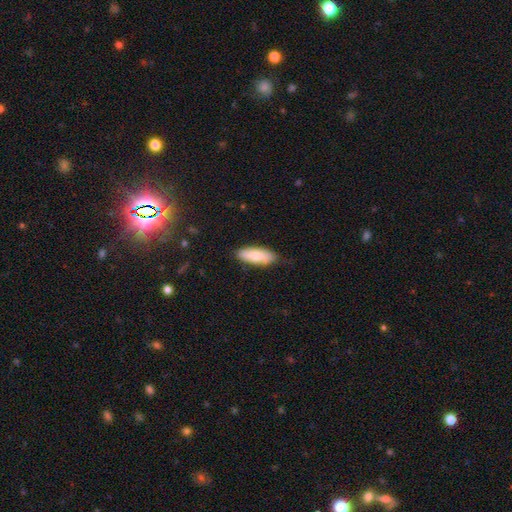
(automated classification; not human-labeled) A smooth galaxy with no disk features (81%) that is in between round and cigar-shaped (74%). Merging: none (75%).